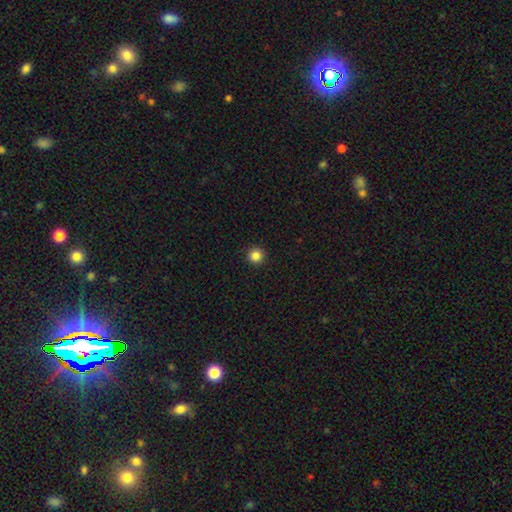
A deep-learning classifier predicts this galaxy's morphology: The model was most divided on "smooth or featured": smooth: 85%, star or artifact: 11%, featured or disk: 4%. More confident: how rounded — round (96%); merging — none (93%).